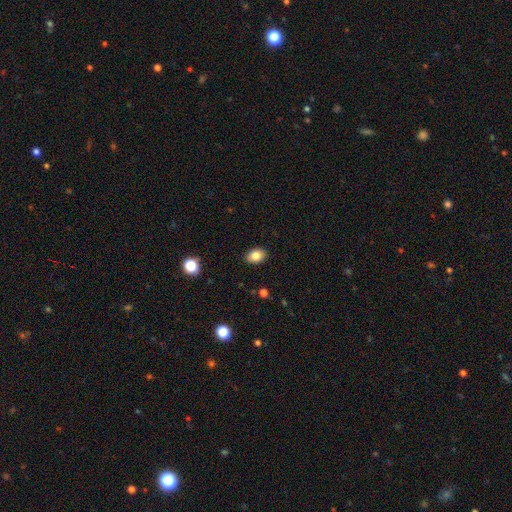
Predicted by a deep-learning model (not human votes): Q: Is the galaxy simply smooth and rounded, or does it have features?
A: smooth — 84%.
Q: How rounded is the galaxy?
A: in between — 80%.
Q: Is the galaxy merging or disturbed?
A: none — 89%.